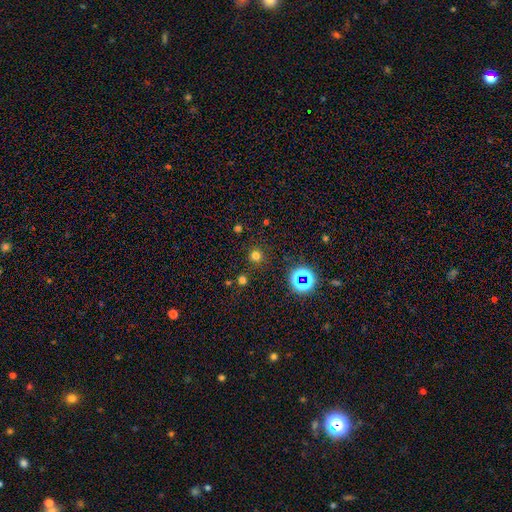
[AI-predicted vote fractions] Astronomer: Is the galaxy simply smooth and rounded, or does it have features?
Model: smooth — 67%.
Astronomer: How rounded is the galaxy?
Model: round — 94%.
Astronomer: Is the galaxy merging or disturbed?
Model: none — 86%.